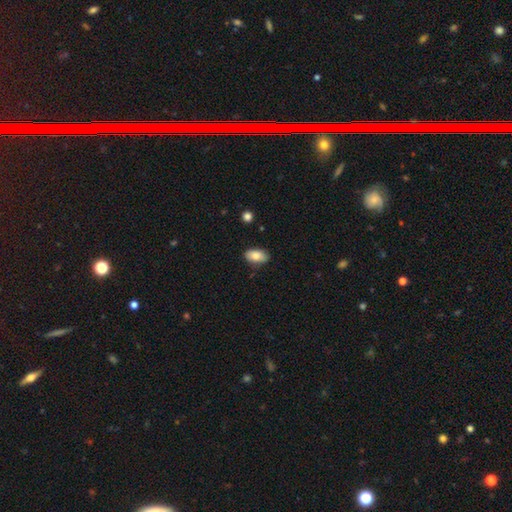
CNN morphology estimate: smooth-or-featured: smooth: 81% | featured or disk: 12% | star or artifact: 7%
  how-rounded: in between: 92% | round: 6% | cigar-shaped: 2%
  merging: none: 81% | minor disturbance: 15% | major disturbance: 2% | merger: 2%